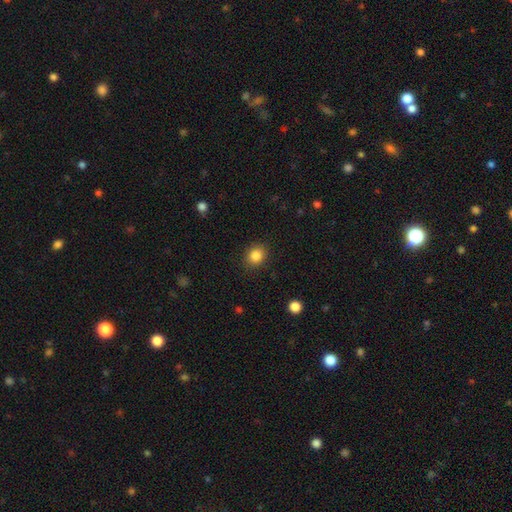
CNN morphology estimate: type=smooth (86%); roundness=round (69%); merging=none (87%).